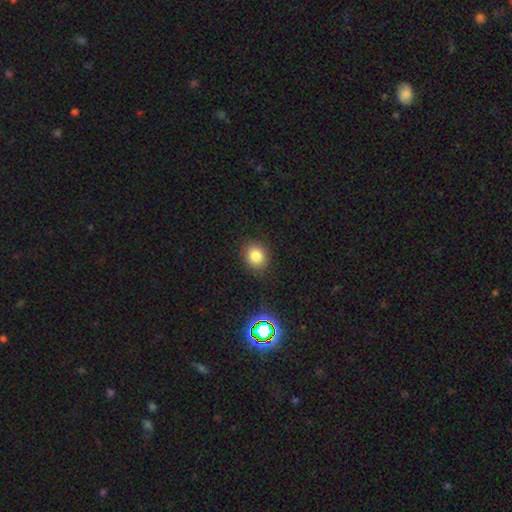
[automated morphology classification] smooth 81%, star or artifact 13%, featured or disk 6%. Down the decision tree: how rounded — round (72%); merging — none (87%).